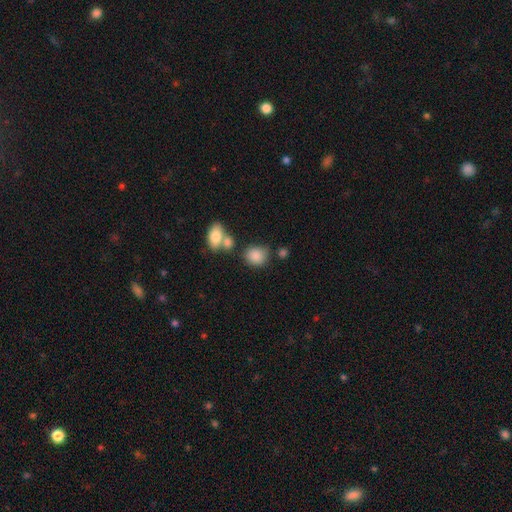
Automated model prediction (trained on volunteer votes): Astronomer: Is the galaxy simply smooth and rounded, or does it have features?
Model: smooth — 86%.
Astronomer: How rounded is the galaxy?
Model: round — 57% (runner-up: in between, 42%).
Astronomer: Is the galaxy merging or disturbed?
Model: none — 61%.